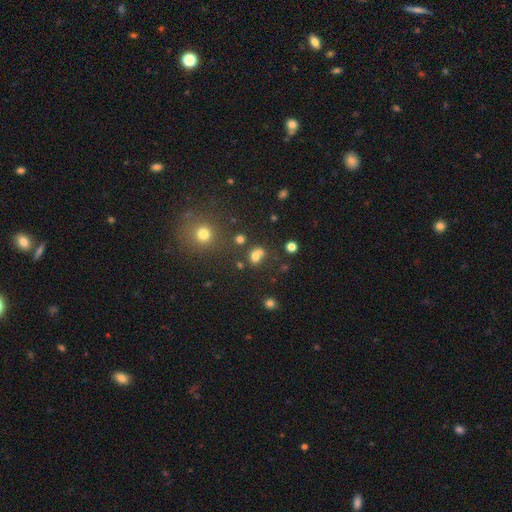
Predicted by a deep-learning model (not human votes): This is likely a smooth galaxy (70%). How rounded: possibly round (57%). Merging: possibly none (48%).